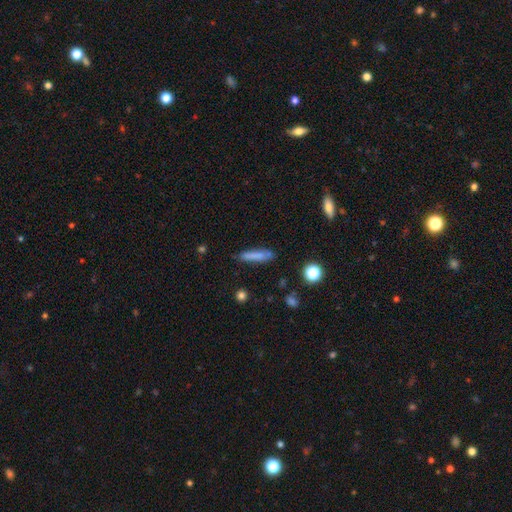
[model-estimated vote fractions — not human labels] Smooth or featured?
  - smooth: 74% *
  - featured or disk: 17%
  - star or artifact: 9%
How rounded?
  - cigar-shaped: 83% *
  - in between: 15%
  - round: 2%
Merging?
  - none: 73% *
  - minor disturbance: 17%
  - merger: 6%
  - major disturbance: 4%